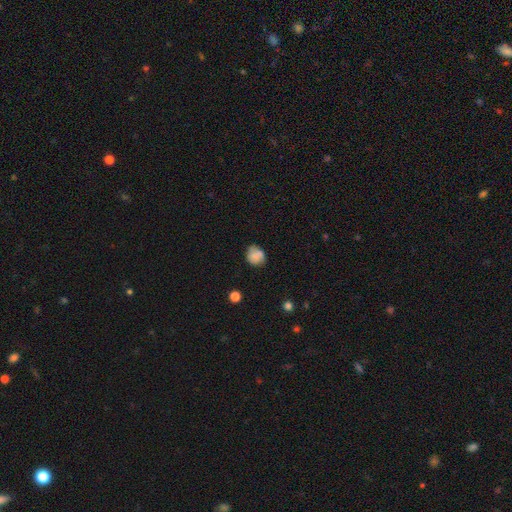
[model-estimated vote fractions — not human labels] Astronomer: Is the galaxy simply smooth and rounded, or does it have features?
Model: smooth — 80%.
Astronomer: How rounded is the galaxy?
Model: round — 78%.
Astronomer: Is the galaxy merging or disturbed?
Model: none — 67%.